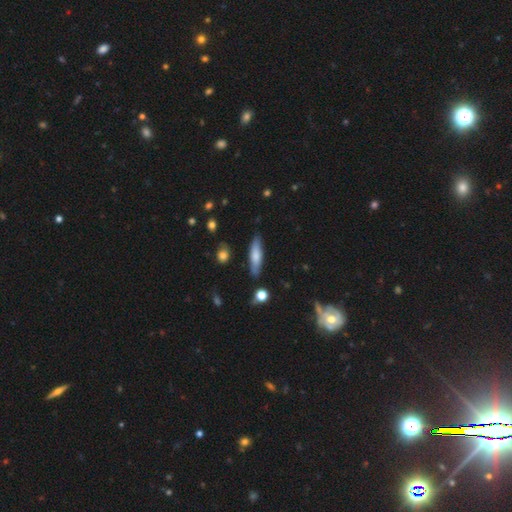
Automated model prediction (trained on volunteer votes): Q: Smooth or featured?
A: smooth (72%); runner-up: featured or disk (21%)
Q: How rounded?
A: cigar-shaped (70%); runner-up: in between (28%)
Q: Merging?
A: none (81%); runner-up: minor disturbance (13%)